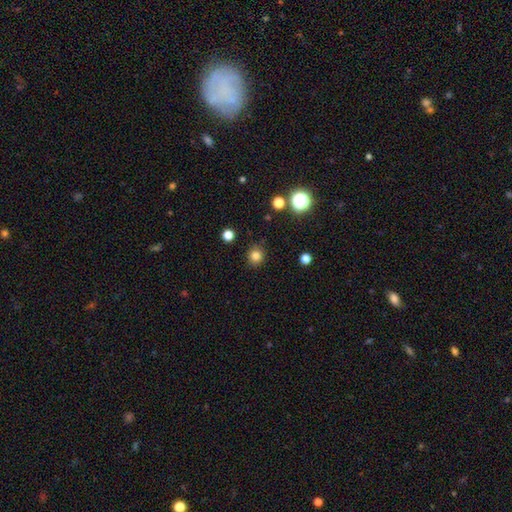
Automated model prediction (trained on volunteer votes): A smooth galaxy with no disk features (81%) that is round (89%).

Vote fractions:
- Smooth or featured? smooth: 81% / star or artifact: 14% / featured or disk: 5%
- How rounded? round: 89% / in between: 10% / cigar-shaped: 1%
- Merging? none: 88% / minor disturbance: 8% / major disturbance: 2% / merger: 2%